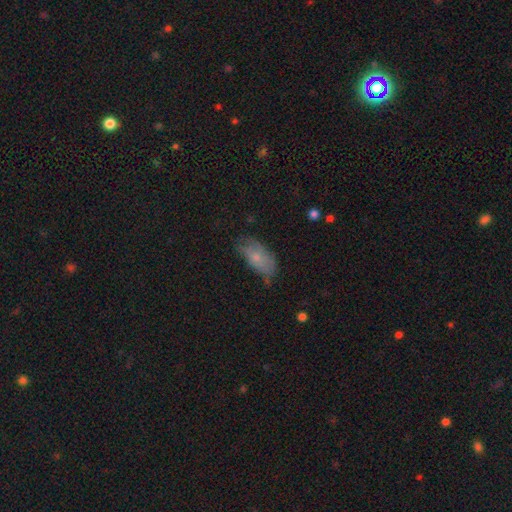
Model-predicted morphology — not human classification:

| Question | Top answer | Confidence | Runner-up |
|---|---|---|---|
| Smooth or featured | smooth | 65% | featured or disk (27%) |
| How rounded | in between | 89% | cigar-shaped (8%) |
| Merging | none | 55% | minor disturbance (33%) |